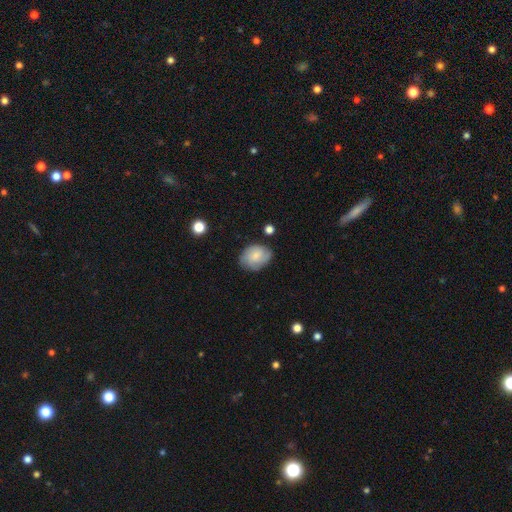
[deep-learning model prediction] Overall: smooth (66%; featured or disk 26%). How rounded: in between (66%; round 33%). Merging: none (72%).